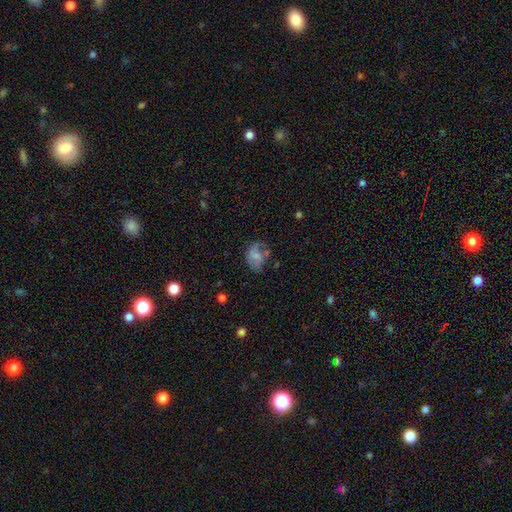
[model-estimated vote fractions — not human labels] smooth_or_featured: smooth (p=0.57) [alt: featured or disk p=0.32]
how_rounded: in between (p=0.72) [alt: round p=0.27]
merging: none (p=0.39) [alt: minor disturbance p=0.28]